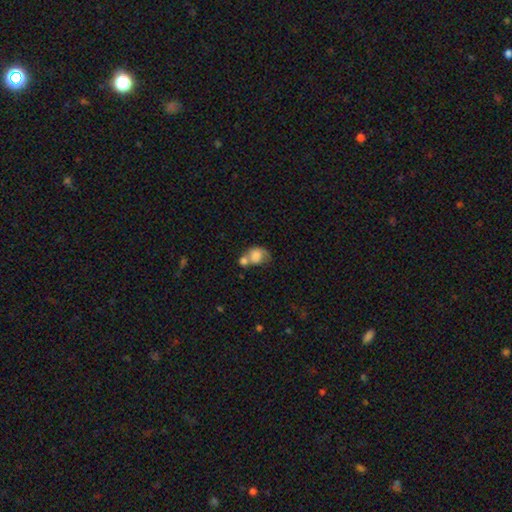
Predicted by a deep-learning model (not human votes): This appears to be a smooth galaxy with no disk features (74%) that is round (55%). Merging: merger (55%).